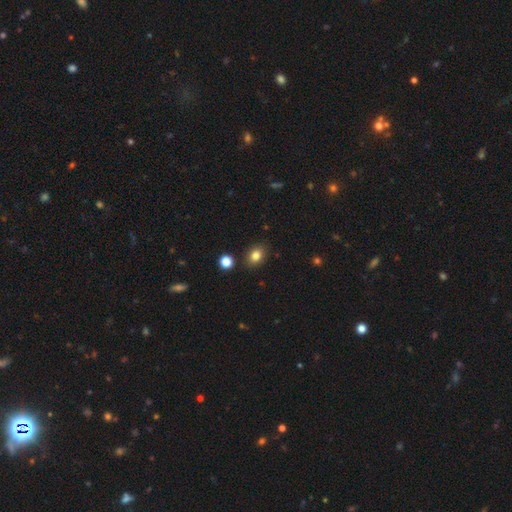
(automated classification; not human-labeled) This is clearly a smooth galaxy (82%). How rounded: likely in between (62%). Merging: clearly none (85%).